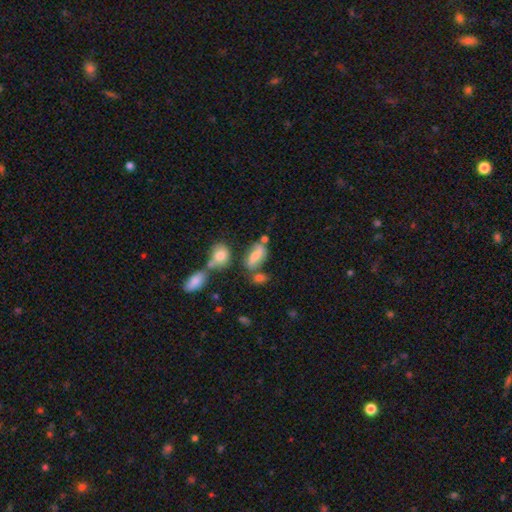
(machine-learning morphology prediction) Q: Smooth or featured?
A: smooth (59%); runner-up: featured or disk (30%)
Q: How rounded?
A: in between (84%); runner-up: cigar-shaped (9%)
Q: Merging?
A: none (50%); runner-up: minor disturbance (22%)